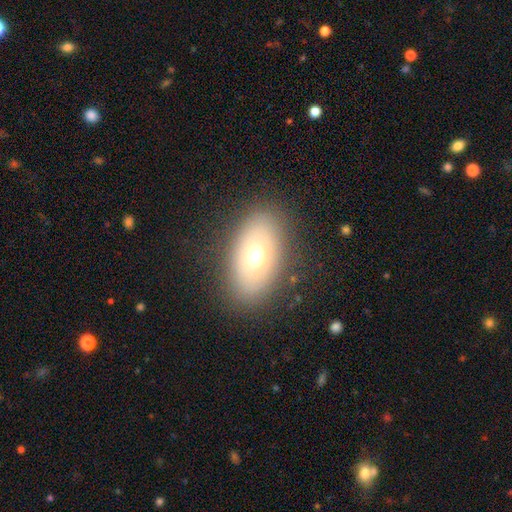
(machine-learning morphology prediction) smooth-or-featured: smooth: 66% | featured or disk: 24% | star or artifact: 10%
  how-rounded: in between: 88% | round: 10% | cigar-shaped: 2%
  merging: none: 85% | minor disturbance: 10% | major disturbance: 4% | merger: 1%